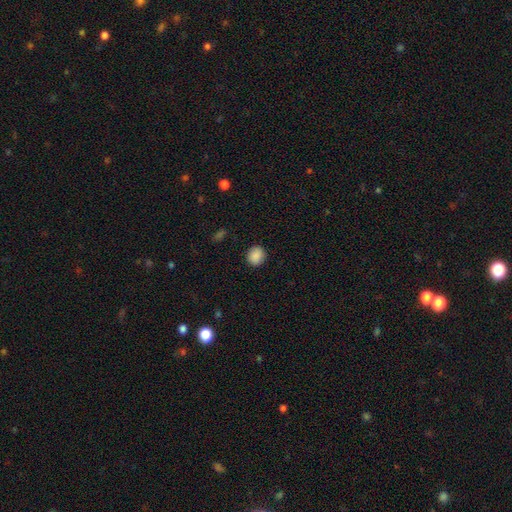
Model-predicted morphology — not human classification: Smooth or featured? Predicted: smooth (p=0.89). How rounded? Predicted: round (p=0.76). Merging? Predicted: none (p=0.90).